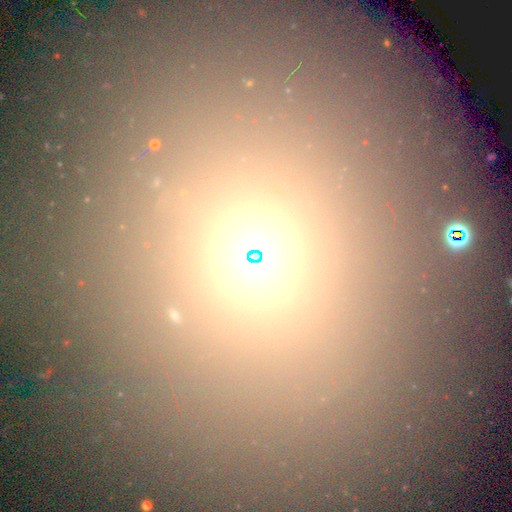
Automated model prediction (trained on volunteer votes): Q: Smooth or featured?
A: smooth (54%); runner-up: star or artifact (34%)
Q: How rounded?
A: round (71%); runner-up: in between (26%)
Q: Merging?
A: none (80%); runner-up: minor disturbance (9%)